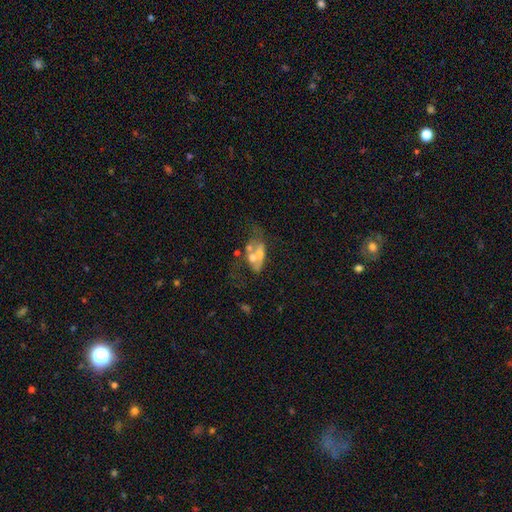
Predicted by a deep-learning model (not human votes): featured or disk 52%, smooth 37%, star or artifact 11%. Down the decision tree: edge-on disk — no (93%); merging — merger (47%).